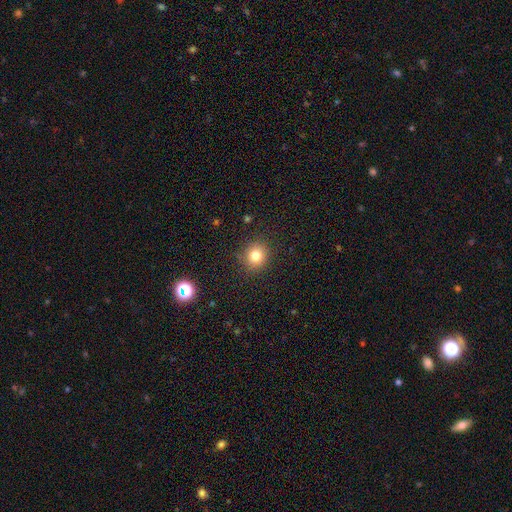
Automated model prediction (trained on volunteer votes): smooth_or_featured: smooth (p=0.79) [alt: star or artifact p=0.14]
how_rounded: round (p=0.89) [alt: in between p=0.10]
merging: none (p=0.88) [alt: minor disturbance p=0.08]